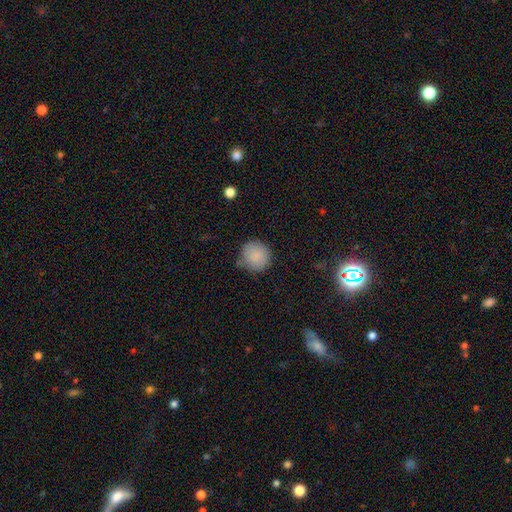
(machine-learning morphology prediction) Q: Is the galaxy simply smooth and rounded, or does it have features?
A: smooth — 88%.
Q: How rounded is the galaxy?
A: round — 93%.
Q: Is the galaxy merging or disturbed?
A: none — 74%.